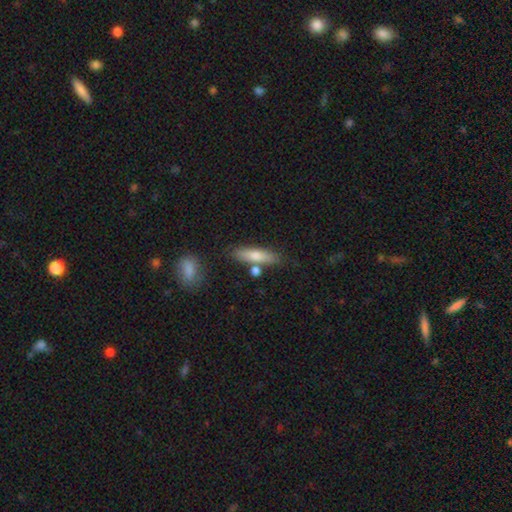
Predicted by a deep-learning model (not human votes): Smooth or featured?
  - smooth: 65% *
  - featured or disk: 27%
  - star or artifact: 7%
How rounded?
  - cigar-shaped: 76% *
  - in between: 22%
  - round: 3%
Merging?
  - none: 77% *
  - minor disturbance: 12%
  - merger: 8%
  - major disturbance: 3%